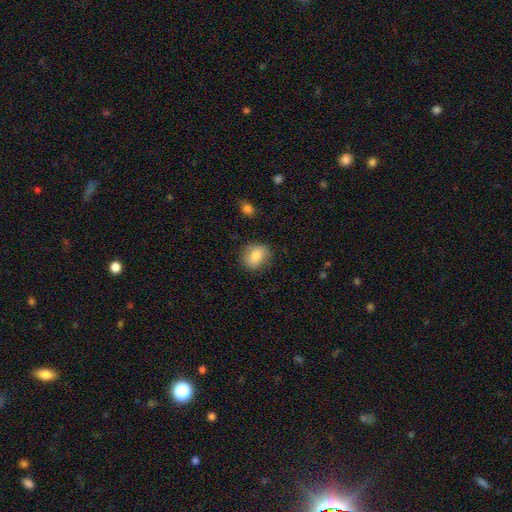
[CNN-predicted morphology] smooth-or-featured: smooth: 84% | featured or disk: 8% | star or artifact: 8%
  how-rounded: round: 51% | in between: 48% | cigar-shaped: 1%
  merging: none: 80% | minor disturbance: 14% | major disturbance: 4% | merger: 1%